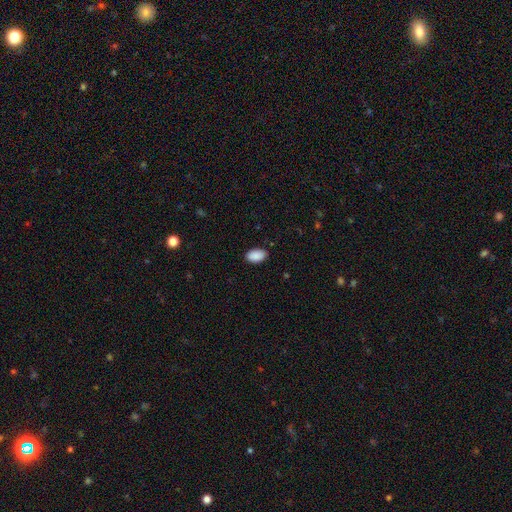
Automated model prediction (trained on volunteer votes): Smooth or featured: smooth — 90% (star or artifact — 7%)
How rounded: in between — 94% (round — 4%)
Merging: none — 86% (minor disturbance — 11%)